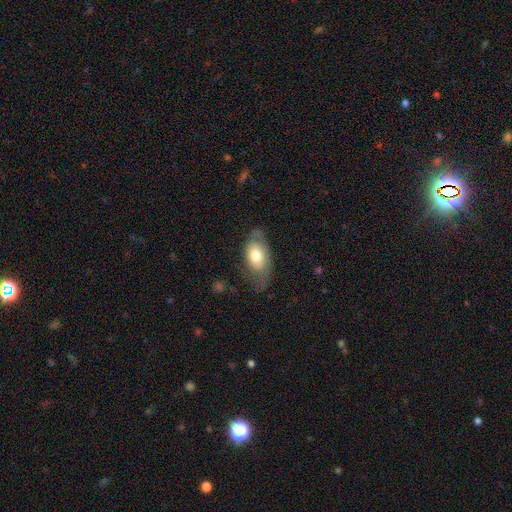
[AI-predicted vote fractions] smooth-or-featured: smooth: 60% | featured or disk: 34% | star or artifact: 6%
  how-rounded: in between: 91% | round: 6% | cigar-shaped: 3%
  merging: none: 47% | minor disturbance: 32% | major disturbance: 19% | merger: 2%